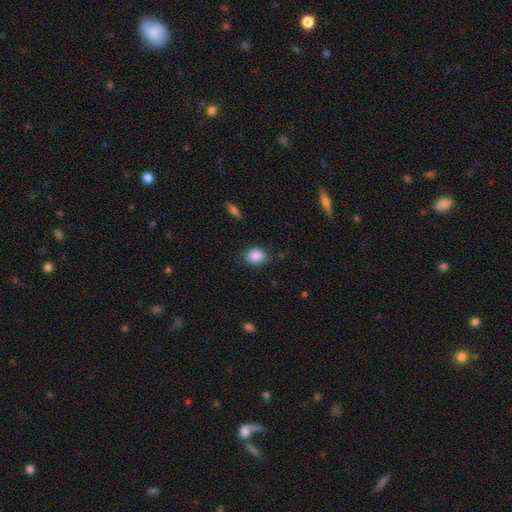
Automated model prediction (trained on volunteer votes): A smooth galaxy with no disk features (88%) that is in between round and cigar-shaped (51%). Merging: none (80%).